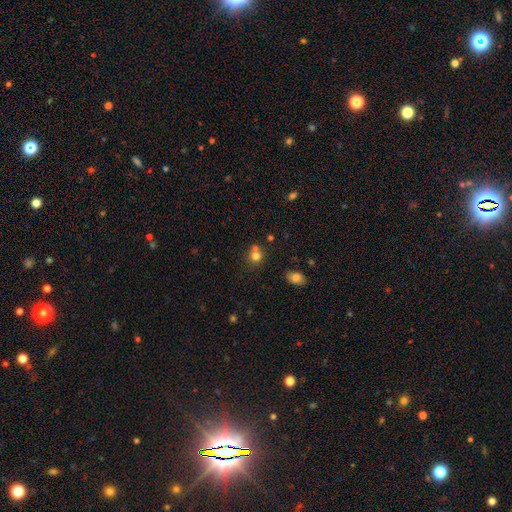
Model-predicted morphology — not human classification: A smooth galaxy with no disk features (75%) that is round (83%). Merging: none (53%).